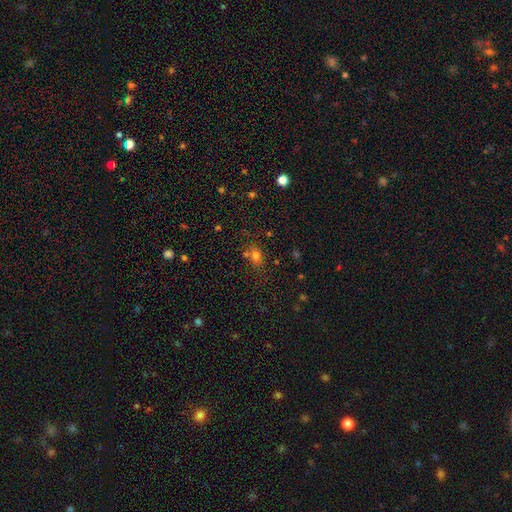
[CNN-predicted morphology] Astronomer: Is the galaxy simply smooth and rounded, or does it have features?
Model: smooth — 72%.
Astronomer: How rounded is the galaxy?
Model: in between — 55% (runner-up: round, 43%).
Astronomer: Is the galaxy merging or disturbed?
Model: none — 64%.